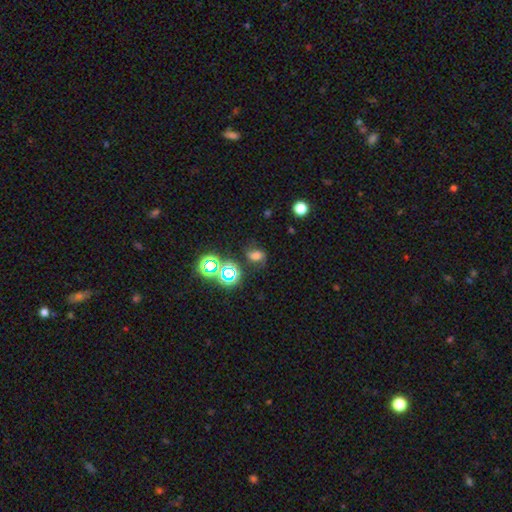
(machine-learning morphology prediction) A smooth galaxy with no disk features (46%). Merging: none (61%).